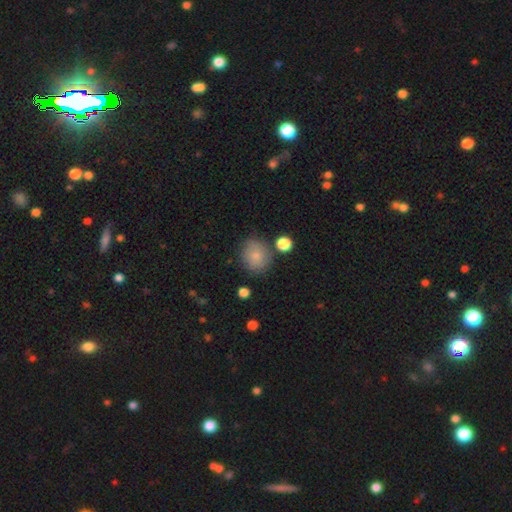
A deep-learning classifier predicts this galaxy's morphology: This is clearly a smooth galaxy (81%). How rounded: likely round (75%). Merging: likely none (74%).